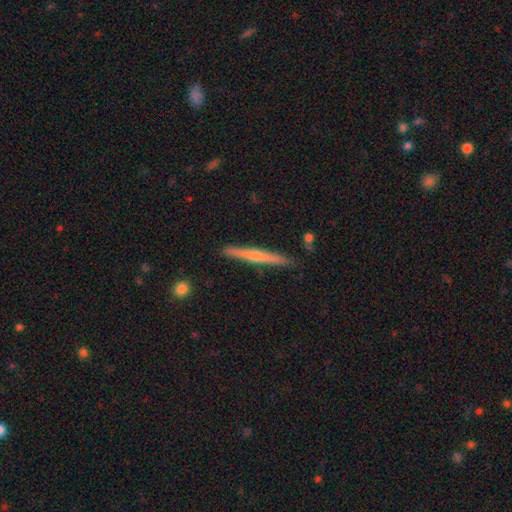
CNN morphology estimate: Overall: featured or disk (65%; smooth 28%). Edge-on disk: yes (97%). Edge-on bulge: rounded (68%). Merging: none (89%).